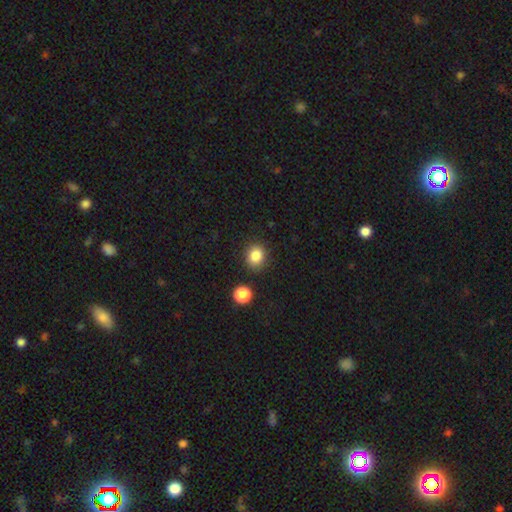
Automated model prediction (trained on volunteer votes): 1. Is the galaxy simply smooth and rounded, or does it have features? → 84% smooth, 11% star or artifact, 5% featured or disk.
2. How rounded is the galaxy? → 73% round, 26% in between, 1% cigar-shaped.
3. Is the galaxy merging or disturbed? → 85% none, 9% minor disturbance, 4% merger, 3% major disturbance.